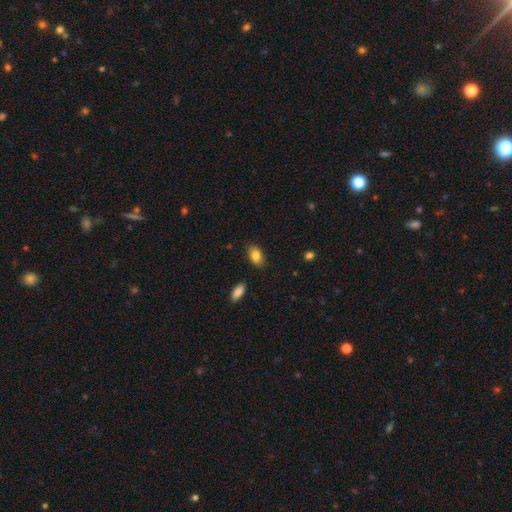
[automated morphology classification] Smooth or featured?
  - smooth: 85% *
  - star or artifact: 8%
  - featured or disk: 8%
How rounded?
  - in between: 89% *
  - round: 9%
  - cigar-shaped: 2%
Merging?
  - none: 85% *
  - minor disturbance: 11%
  - major disturbance: 2%
  - merger: 2%